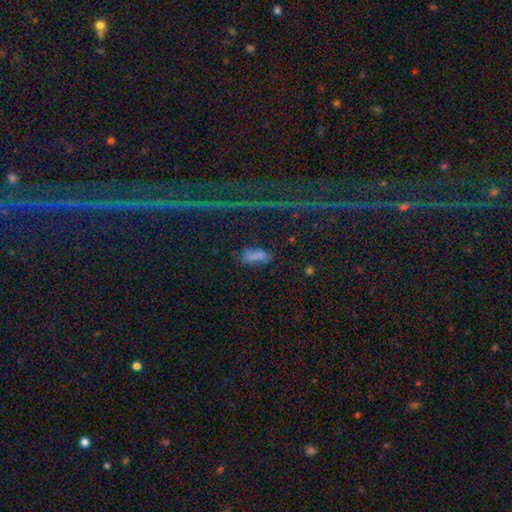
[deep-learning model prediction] Morphology: type=smooth (66%); roundness=in between (83%); merging=none (57%).